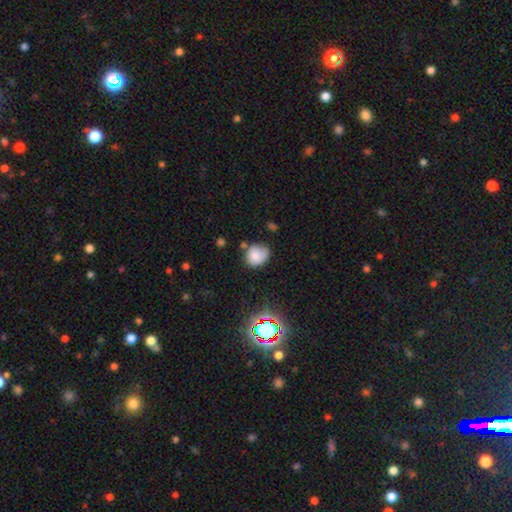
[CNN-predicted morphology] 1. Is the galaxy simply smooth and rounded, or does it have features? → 77% smooth, 13% star or artifact, 10% featured or disk.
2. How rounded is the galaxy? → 65% round, 34% in between, 1% cigar-shaped.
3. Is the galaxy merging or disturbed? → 57% none, 29% minor disturbance, 7% merger, 7% major disturbance.